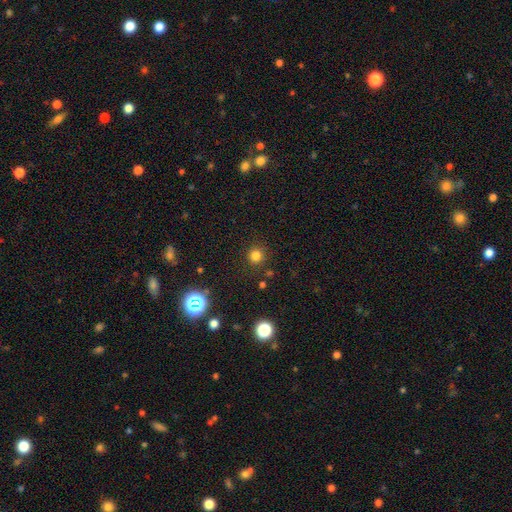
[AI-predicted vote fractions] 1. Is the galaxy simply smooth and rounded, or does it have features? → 78% smooth, 17% star or artifact, 5% featured or disk.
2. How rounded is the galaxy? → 93% round, 6% in between, 1% cigar-shaped.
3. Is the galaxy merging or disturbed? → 88% none, 7% minor disturbance, 3% major disturbance, 2% merger.